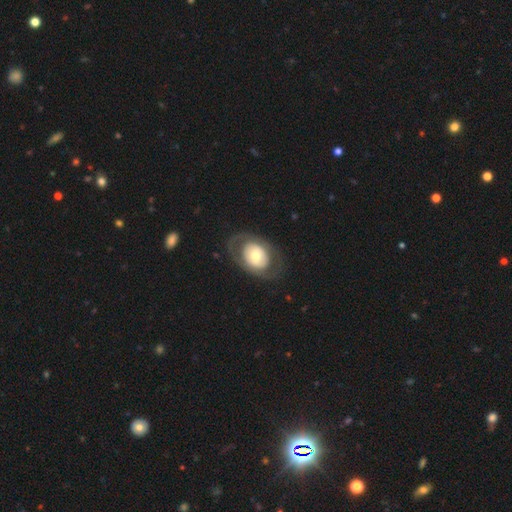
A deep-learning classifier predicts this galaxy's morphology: Smooth or featured? Predicted: featured or disk (p=0.50). Merging? Predicted: none (p=0.72).